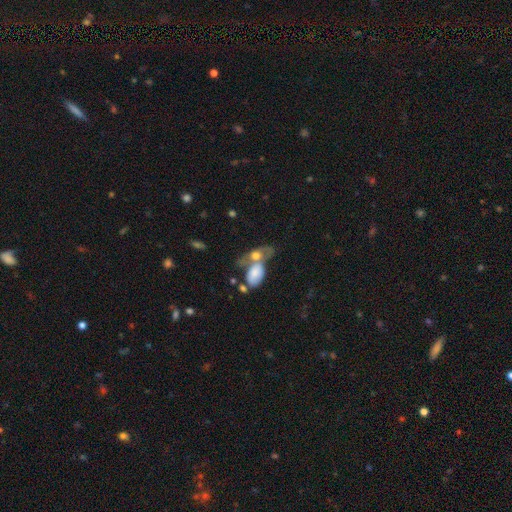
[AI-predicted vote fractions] Smooth or featured?
  - smooth: 64% *
  - featured or disk: 27%
  - star or artifact: 9%
How rounded?
  - in between: 80% *
  - round: 14%
  - cigar-shaped: 6%
Merging?
  - merger: 62% *
  - none: 17%
  - major disturbance: 11%
  - minor disturbance: 10%